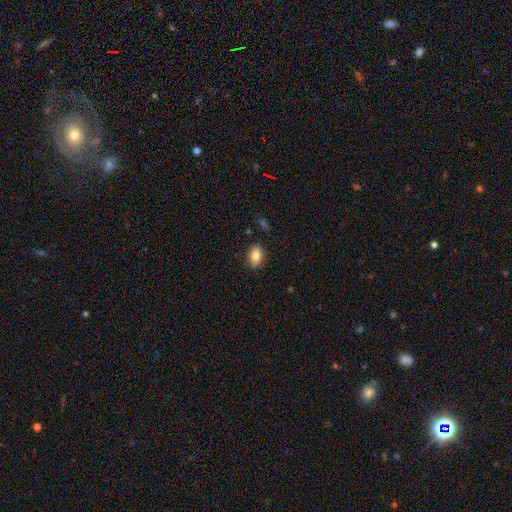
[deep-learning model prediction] smooth-or-featured: smooth: 80% | featured or disk: 12% | star or artifact: 8%
  how-rounded: in between: 85% | round: 10% | cigar-shaped: 5%
  merging: none: 83% | minor disturbance: 13% | major disturbance: 2% | merger: 2%